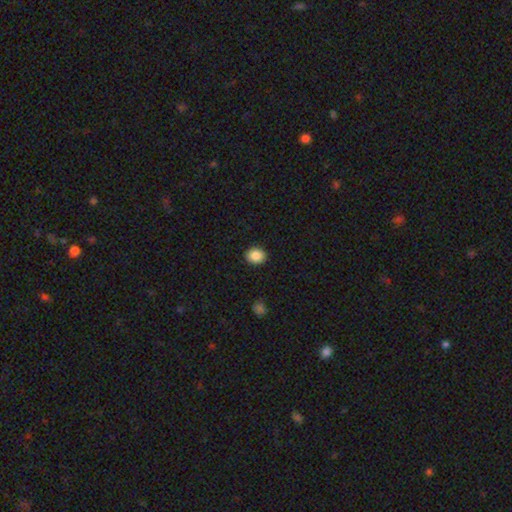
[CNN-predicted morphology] Q: Smooth or featured?
A: smooth (87%); runner-up: star or artifact (9%)
Q: How rounded?
A: round (61%); runner-up: in between (38%)
Q: Merging?
A: none (91%); runner-up: minor disturbance (6%)